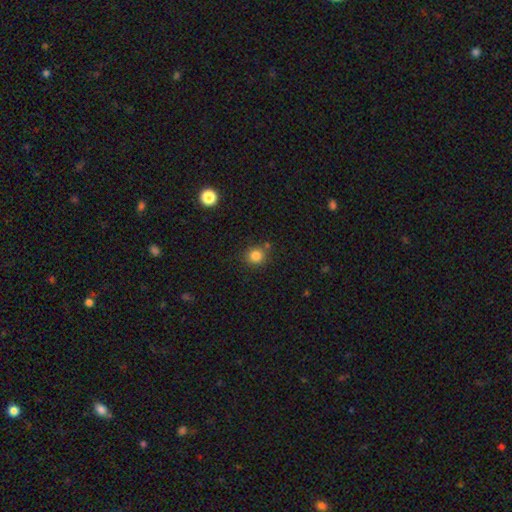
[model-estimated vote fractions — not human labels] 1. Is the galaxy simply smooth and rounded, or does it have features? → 84% smooth, 12% star or artifact, 5% featured or disk.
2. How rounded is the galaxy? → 88% round, 11% in between, 1% cigar-shaped.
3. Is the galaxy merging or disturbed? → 79% none, 10% minor disturbance, 7% merger, 3% major disturbance.